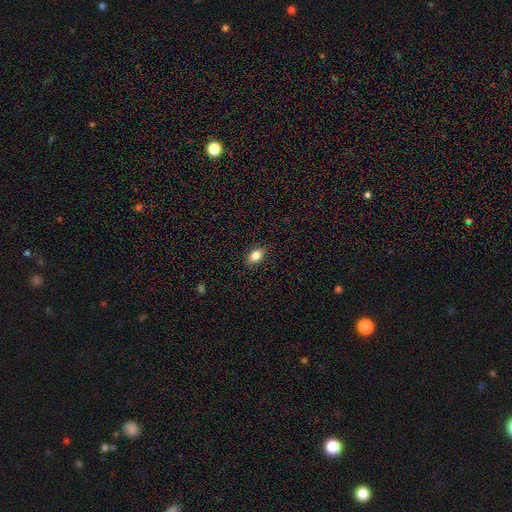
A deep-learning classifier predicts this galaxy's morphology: Smooth or featured? Predicted: smooth (p=0.83). How rounded? Predicted: in between (p=0.84). Merging? Predicted: none (p=0.88).